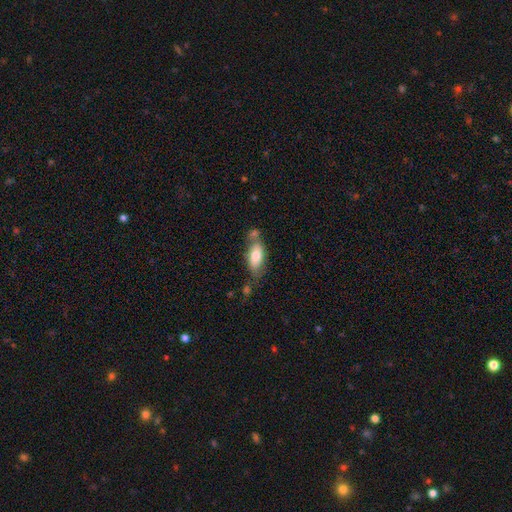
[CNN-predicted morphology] This is likely a smooth galaxy (73%). How rounded: clearly in between (81%). Merging: possibly none (52%).